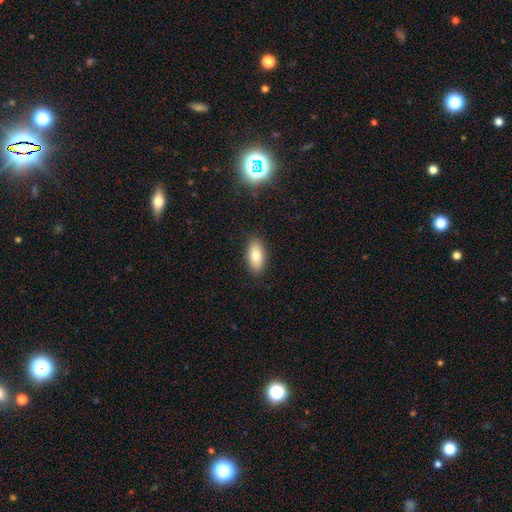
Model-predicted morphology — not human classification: The model was most divided on "smooth or featured": smooth: 80%, featured or disk: 13%, star or artifact: 8%. More confident: merging — none (88%); how rounded — in between (87%).